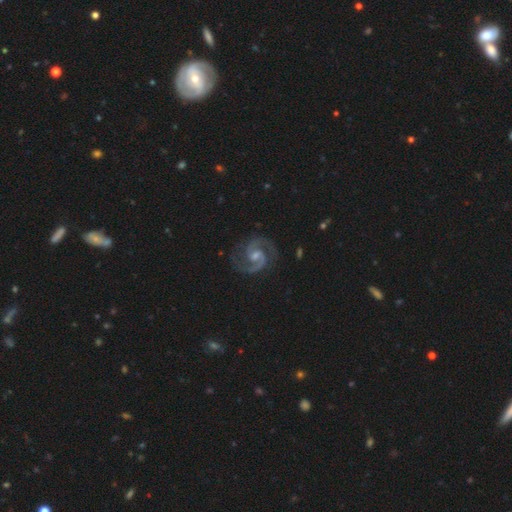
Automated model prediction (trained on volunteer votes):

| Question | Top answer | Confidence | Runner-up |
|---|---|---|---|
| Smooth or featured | featured or disk | 94% | star or artifact (4%) |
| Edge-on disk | no | 98% | yes (2%) |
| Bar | weak | 50% | no (38%) |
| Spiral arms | yes | 99% | no (1%) |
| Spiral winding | medium | 66% | tight (25%) |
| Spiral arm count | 2 | 94% | 3 (1%) |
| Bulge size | moderate | 47% | small (43%) |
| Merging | none | 84% | minor disturbance (11%) |